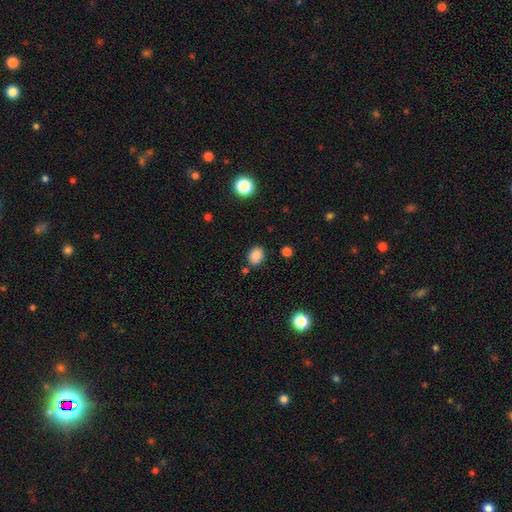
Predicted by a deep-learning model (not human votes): Overall: smooth (86%). How rounded: in between (63%; round 36%). Merging: none (80%).